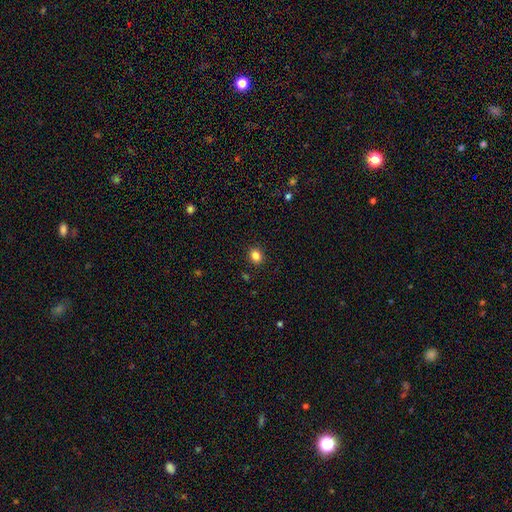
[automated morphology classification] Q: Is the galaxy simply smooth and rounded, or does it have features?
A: smooth — 84%.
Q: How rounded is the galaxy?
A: round — 64%.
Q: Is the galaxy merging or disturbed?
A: none — 90%.